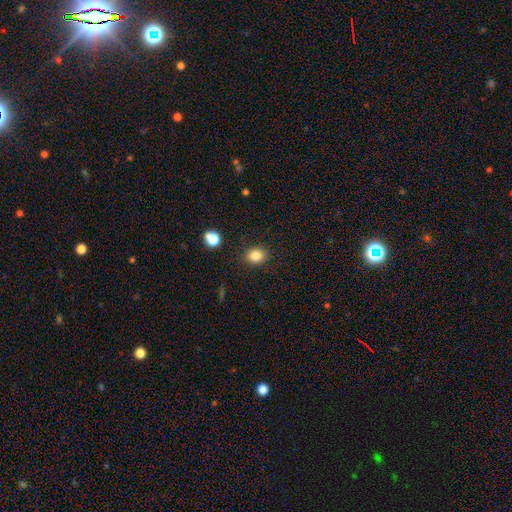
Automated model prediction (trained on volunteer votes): Smooth or featured: smooth — 84% (star or artifact — 11%)
How rounded: round — 61% (in between — 38%)
Merging: none — 88% (minor disturbance — 8%)